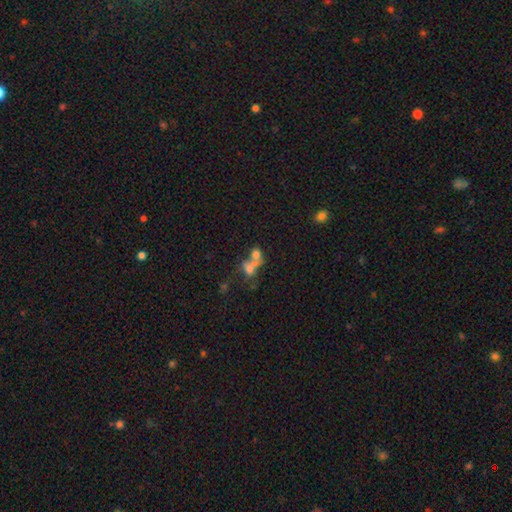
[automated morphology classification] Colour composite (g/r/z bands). It shows a smooth galaxy with no disk features (62%) that is round (57%). Merging: merger (61%).